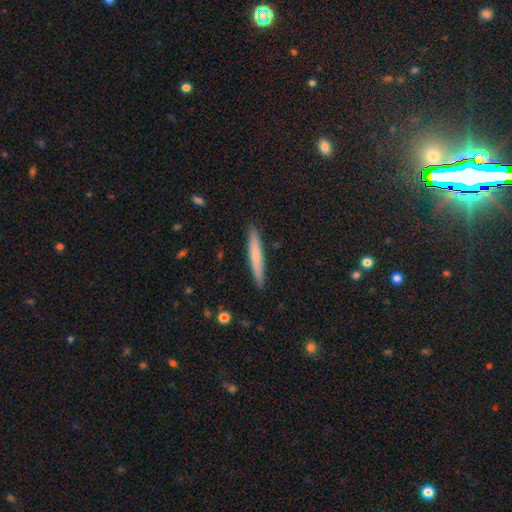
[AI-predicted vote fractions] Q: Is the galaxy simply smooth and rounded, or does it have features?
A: smooth — 64%.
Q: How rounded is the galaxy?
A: cigar-shaped — 95%.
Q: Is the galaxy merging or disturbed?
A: none — 91%.